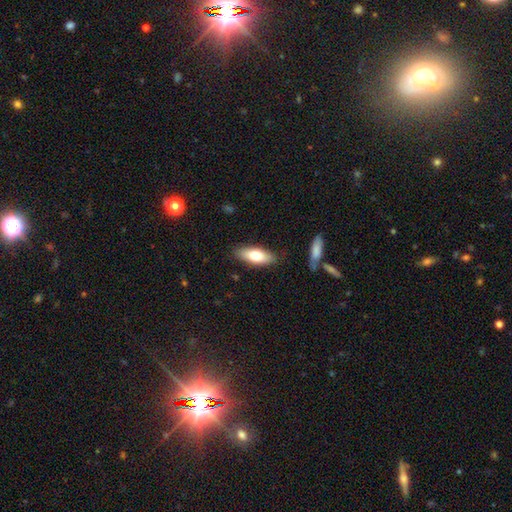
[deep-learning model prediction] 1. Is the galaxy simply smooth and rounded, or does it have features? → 72% smooth, 22% featured or disk, 6% star or artifact.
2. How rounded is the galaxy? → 70% in between, 27% cigar-shaped, 2% round.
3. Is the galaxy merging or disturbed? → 85% none, 11% minor disturbance, 2% major disturbance, 2% merger.